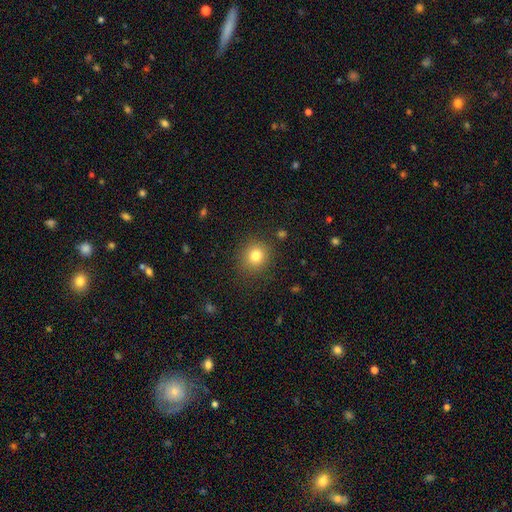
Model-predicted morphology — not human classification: Smooth or featured? smooth (80%)
How rounded? round (88%)
Merging? none (87%)